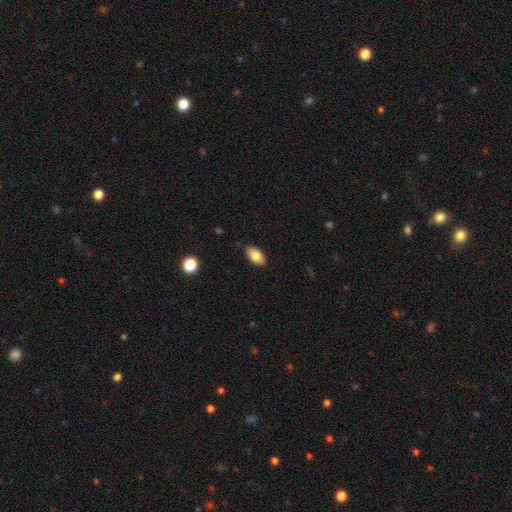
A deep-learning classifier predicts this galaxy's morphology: Smooth or featured?
  - smooth: 83% *
  - featured or disk: 10%
  - star or artifact: 7%
How rounded?
  - in between: 93% *
  - round: 4%
  - cigar-shaped: 4%
Merging?
  - none: 87% *
  - minor disturbance: 10%
  - major disturbance: 2%
  - merger: 1%